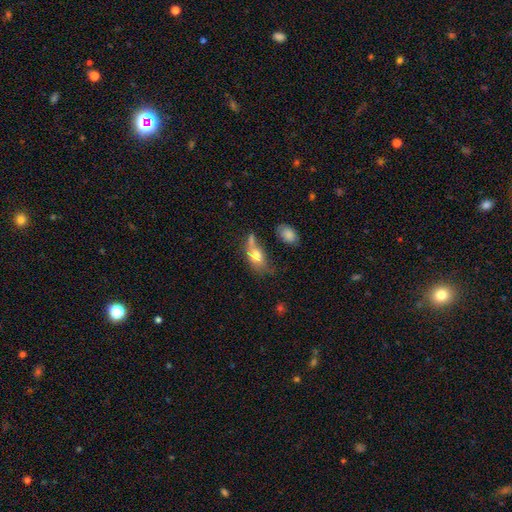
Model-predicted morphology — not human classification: Overall: smooth (67%). How rounded: in between (82%). Merging: none (33%; merger 25%).